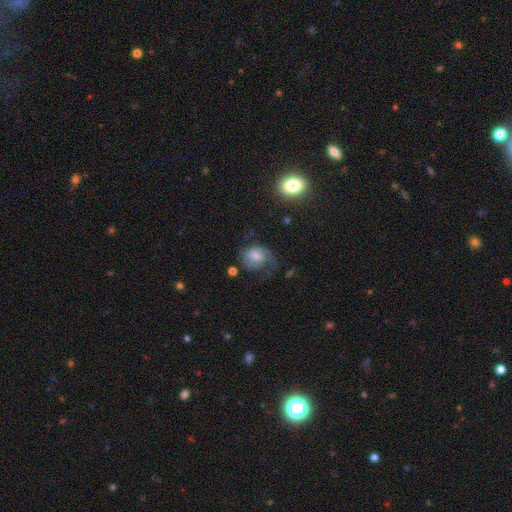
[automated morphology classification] A smooth galaxy with no disk features (47%).

Vote fractions:
- Smooth or featured? smooth: 47% / featured or disk: 43% / star or artifact: 10%
- Merging? none: 37% / major disturbance: 35% / minor disturbance: 25% / merger: 3%